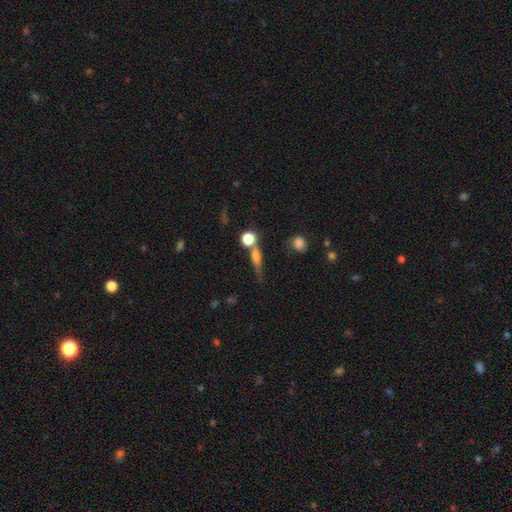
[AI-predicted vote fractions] This is possibly a smooth galaxy (57%). How rounded: possibly cigar-shaped (46%). Merging: possibly none (53%).